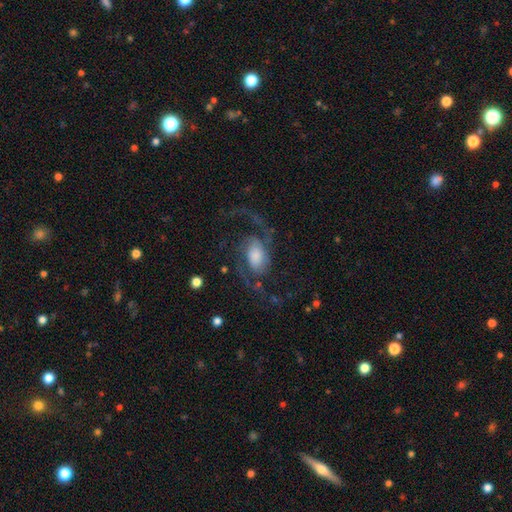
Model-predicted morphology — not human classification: This appears to be a featured or disk galaxy (83%) with no bar (62%), 2 (79%) loose (47%) spiral arms (96%) and a large central bulge (39%). Merging: none (59%).